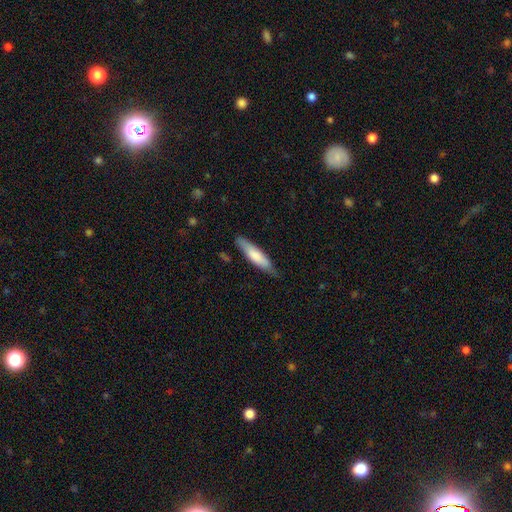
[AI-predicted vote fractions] smooth 71%, featured or disk 24%, star or artifact 5%. Down the decision tree: how rounded — cigar-shaped (76%); merging — none (76%).